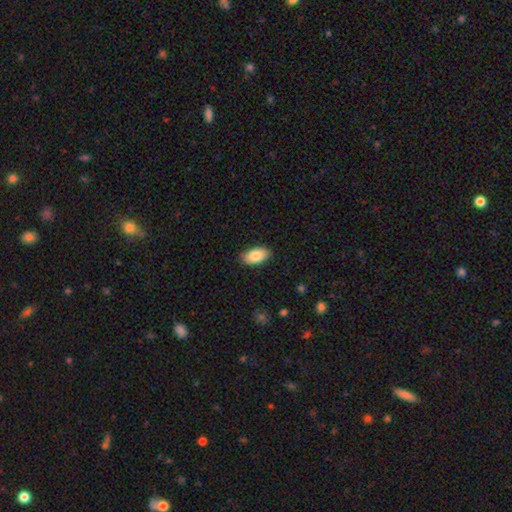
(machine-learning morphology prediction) smooth 85%, featured or disk 8%, star or artifact 6%. Down the decision tree: how rounded — in between (94%); merging — none (87%).